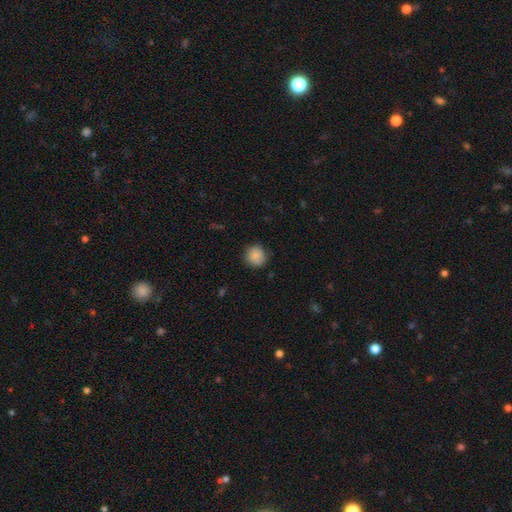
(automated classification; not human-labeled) Smooth or featured? smooth (84%)
How rounded? round (89%)
Merging? none (81%)